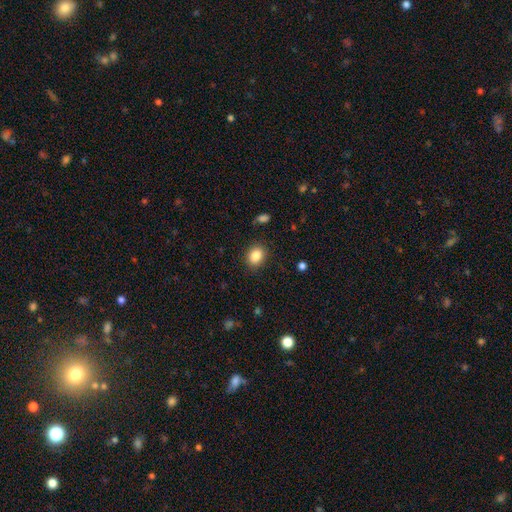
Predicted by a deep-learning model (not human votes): Overall: smooth (85%). How rounded: in between (52%; round 47%). Merging: none (87%).